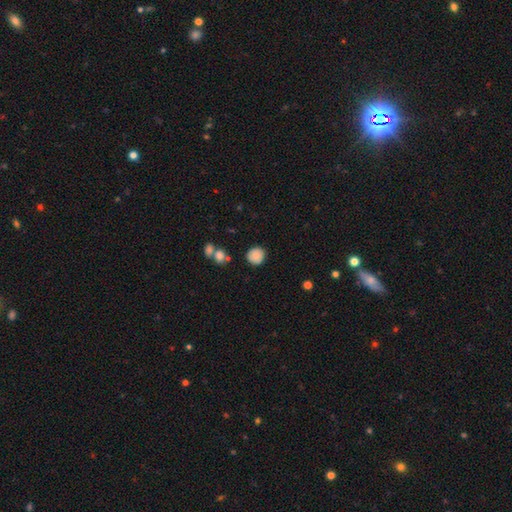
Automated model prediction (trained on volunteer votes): Smooth or featured: smooth — 86% (star or artifact — 9%)
How rounded: round — 89% (in between — 10%)
Merging: none — 81% (minor disturbance — 11%)